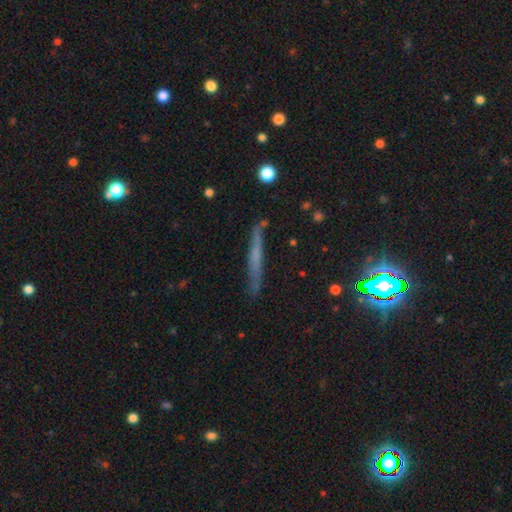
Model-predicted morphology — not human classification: A featured or disk galaxy (46%).

Vote fractions:
- Smooth or featured? featured or disk: 46% / smooth: 40% / star or artifact: 14%
- Merging? none: 81% / minor disturbance: 14% / major disturbance: 3% / merger: 2%